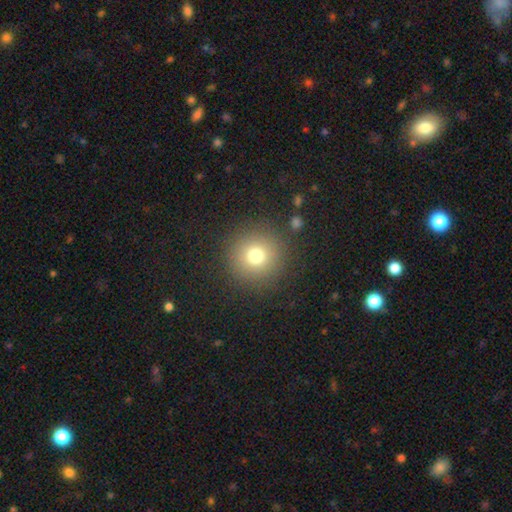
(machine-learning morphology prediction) Smooth or featured? smooth (75%)
How rounded? round (95%)
Merging? none (88%)